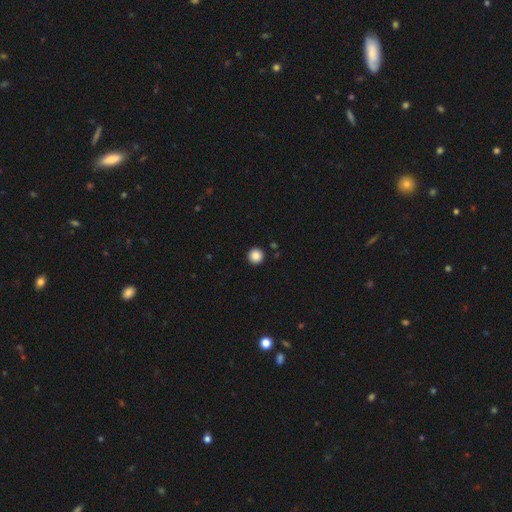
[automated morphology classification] This appears to be a smooth galaxy with no disk features (87%) that is round (96%). Merging: none (93%).